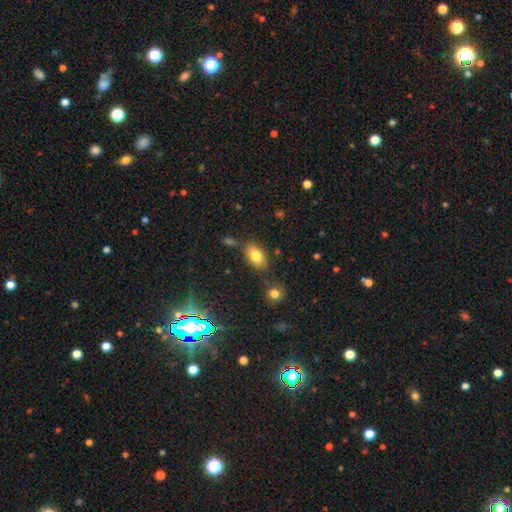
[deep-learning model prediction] A smooth galaxy with no disk features (80%) that is in between round and cigar-shaped (90%). Merging: none (74%).